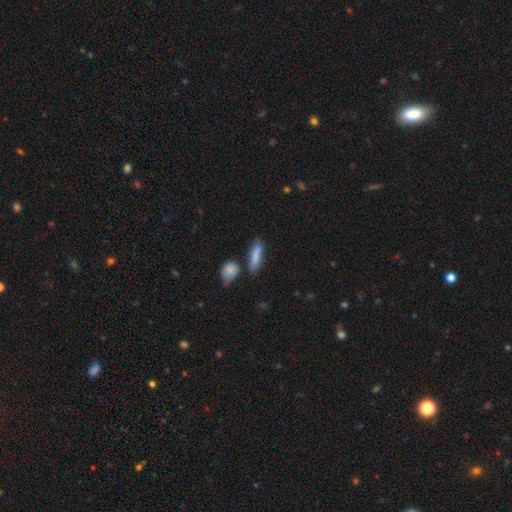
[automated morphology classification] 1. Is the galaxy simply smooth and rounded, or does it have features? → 78% smooth, 14% featured or disk, 8% star or artifact.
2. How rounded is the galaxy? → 57% cigar-shaped, 39% in between, 4% round.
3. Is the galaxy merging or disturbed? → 56% none, 23% minor disturbance, 14% merger, 7% major disturbance.